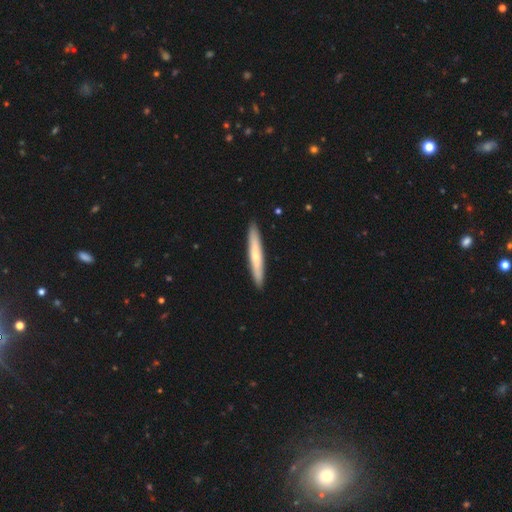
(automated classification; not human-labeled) smooth-or-featured: smooth: 56% | featured or disk: 39% | star or artifact: 5%
  how-rounded: cigar-shaped: 95% | in between: 4% | round: 1%
  merging: none: 92% | minor disturbance: 6% | major disturbance: 1% | merger: 1%